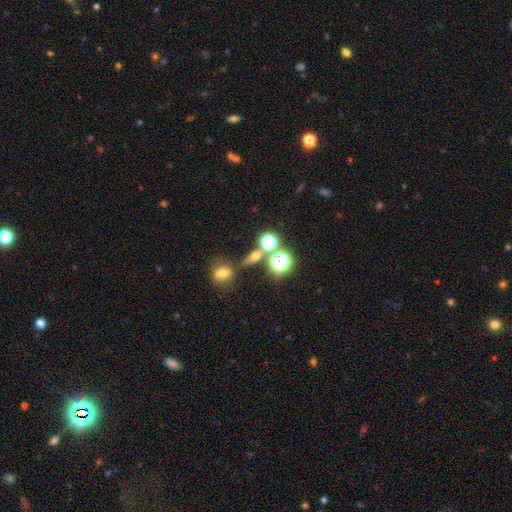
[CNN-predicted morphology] This is possibly a smooth galaxy (47%). Merging: likely none (68%).